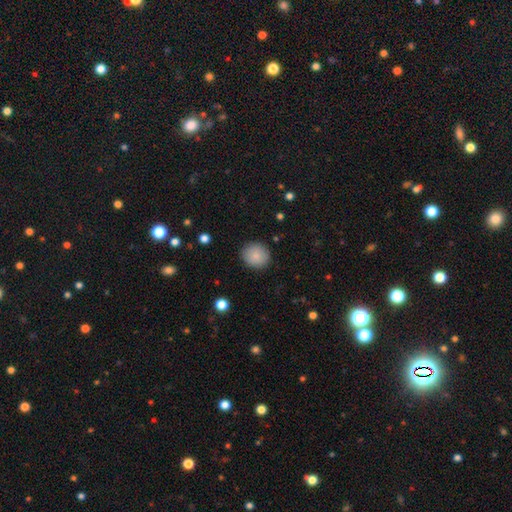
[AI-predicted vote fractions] A smooth galaxy with no disk features (87%) that is round (88%). Merging: none (89%).